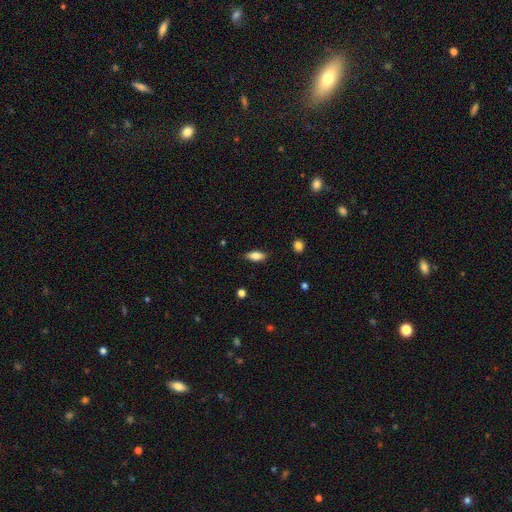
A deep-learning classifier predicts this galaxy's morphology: This appears to be a smooth galaxy with no disk features (80%) that is in between round and cigar-shaped (78%). Merging: none (85%).